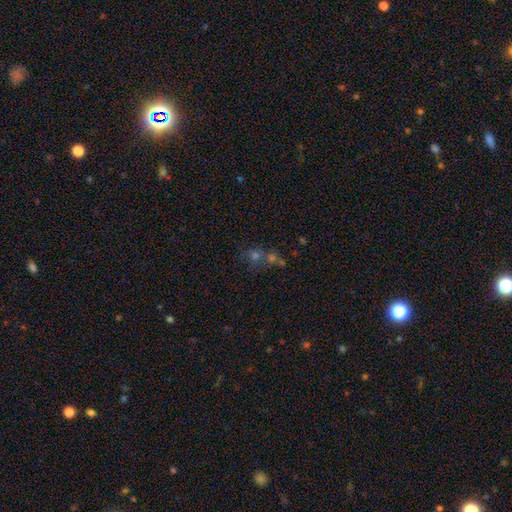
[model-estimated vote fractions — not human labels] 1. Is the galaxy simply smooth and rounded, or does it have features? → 48% smooth, 34% star or artifact, 18% featured or disk.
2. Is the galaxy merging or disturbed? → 46% none, 40% merger, 8% minor disturbance, 6% major disturbance.